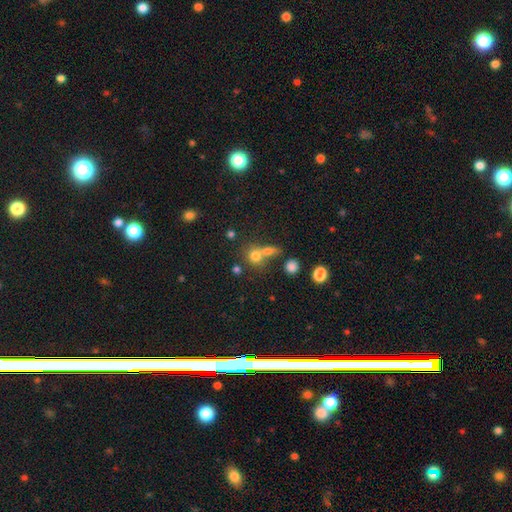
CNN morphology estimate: A smooth galaxy with no disk features (72%) that is round (76%).

Vote fractions:
- Smooth or featured? smooth: 72% / star or artifact: 16% / featured or disk: 12%
- How rounded? round: 76% / in between: 22% / cigar-shaped: 2%
- Merging? merger: 43% / none: 42% / minor disturbance: 9% / major disturbance: 5%